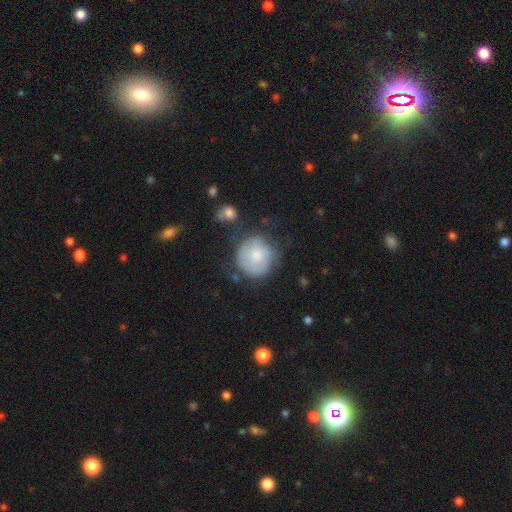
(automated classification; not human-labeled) This appears to be a smooth galaxy with no disk features (66%) that is round (90%). Merging: none (57%).